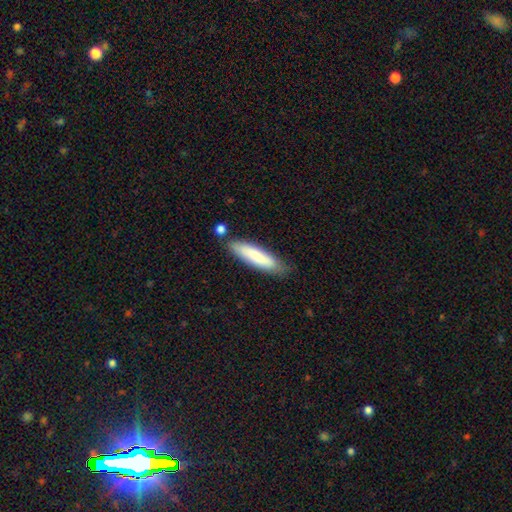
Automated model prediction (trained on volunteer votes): Morphology: type=smooth (74%); roundness=cigar-shaped (82%); merging=none (81%).